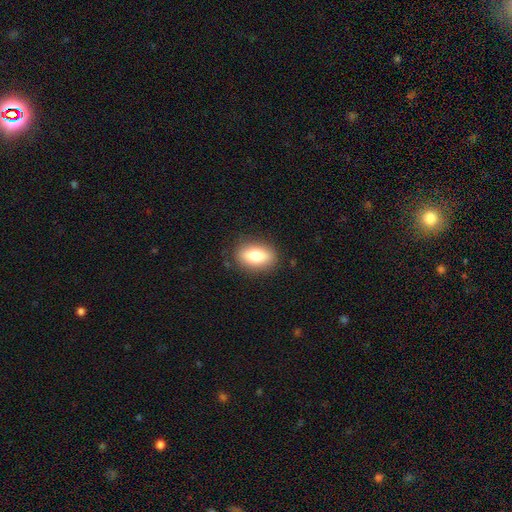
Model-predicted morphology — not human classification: This appears to be a smooth galaxy with no disk features (76%) that is in between round and cigar-shaped (82%). Merging: none (85%).